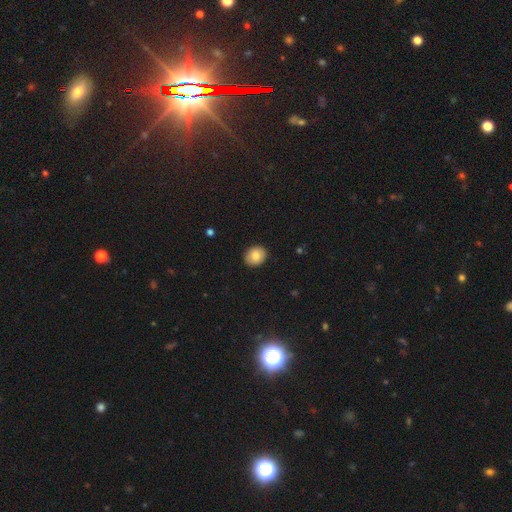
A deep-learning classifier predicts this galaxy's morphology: Smooth or featured?
  - smooth: 82% *
  - featured or disk: 10%
  - star or artifact: 8%
How rounded?
  - round: 61% *
  - in between: 38%
  - cigar-shaped: 1%
Merging?
  - none: 90% *
  - minor disturbance: 7%
  - major disturbance: 2%
  - merger: 1%